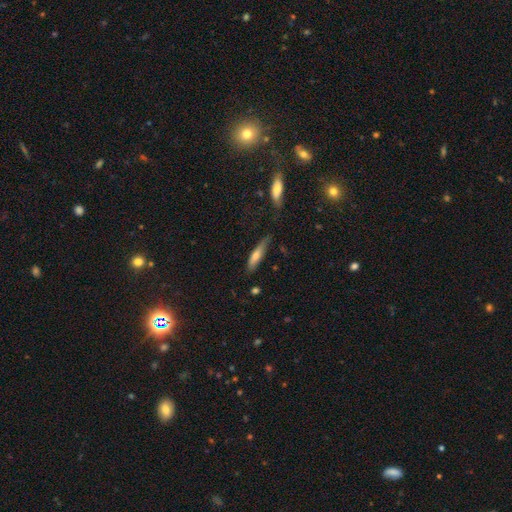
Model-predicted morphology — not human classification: This is possibly a smooth galaxy (60%). How rounded: likely cigar-shaped (78%). Merging: likely none (69%).